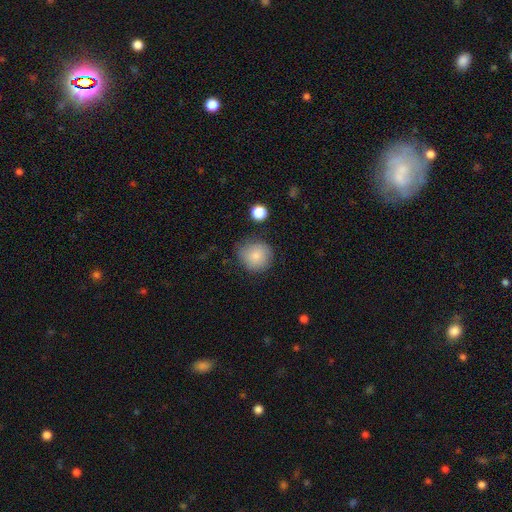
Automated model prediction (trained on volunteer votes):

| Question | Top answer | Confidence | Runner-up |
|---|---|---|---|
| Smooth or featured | smooth | 82% | featured or disk (9%) |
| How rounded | round | 89% | in between (10%) |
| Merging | none | 73% | minor disturbance (20%) |